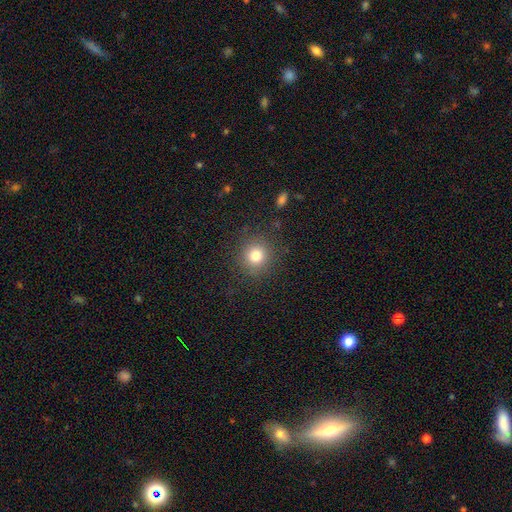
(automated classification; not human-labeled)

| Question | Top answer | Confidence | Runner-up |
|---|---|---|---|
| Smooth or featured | smooth | 79% | star or artifact (13%) |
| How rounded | round | 91% | in between (8%) |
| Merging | none | 88% | minor disturbance (8%) |